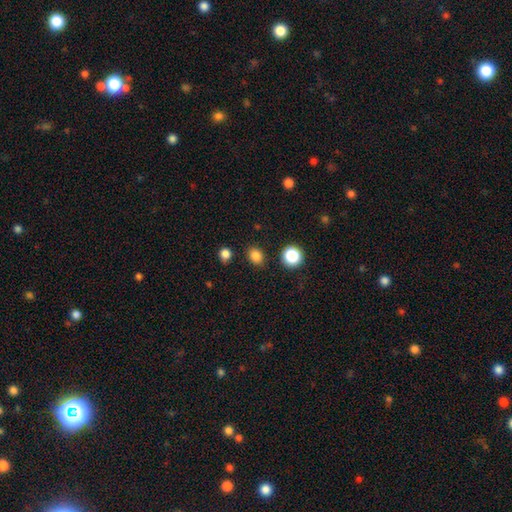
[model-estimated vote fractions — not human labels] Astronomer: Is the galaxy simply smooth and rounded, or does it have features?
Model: smooth — 84%.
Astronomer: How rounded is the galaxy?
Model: round — 51% (runner-up: in between, 48%).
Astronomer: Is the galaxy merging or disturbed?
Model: none — 86%.